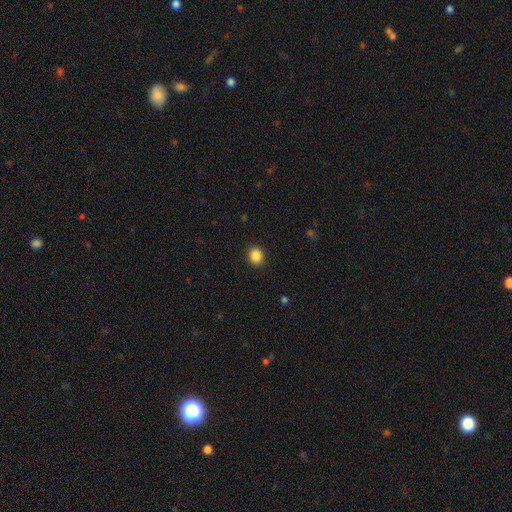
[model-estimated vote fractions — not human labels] Smooth or featured? smooth (87%)
How rounded? round (72%)
Merging? none (91%)